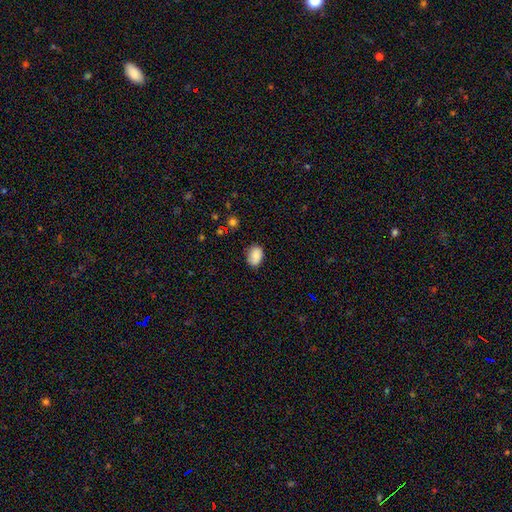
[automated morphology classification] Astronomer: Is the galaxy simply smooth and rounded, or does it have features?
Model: smooth — 86%.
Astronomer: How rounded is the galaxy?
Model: in between — 82%.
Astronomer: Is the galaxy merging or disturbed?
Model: none — 77%.